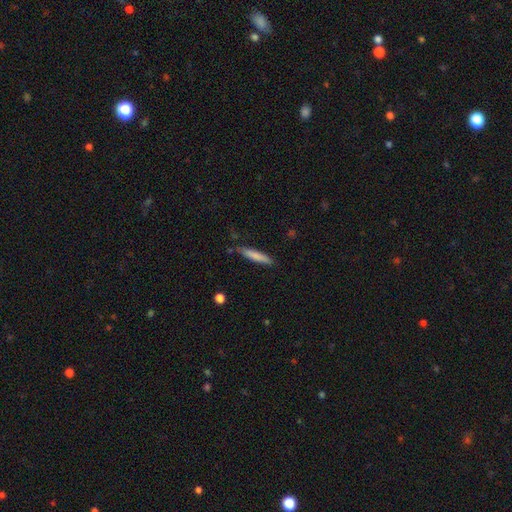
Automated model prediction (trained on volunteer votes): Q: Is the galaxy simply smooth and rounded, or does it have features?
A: smooth — 78%.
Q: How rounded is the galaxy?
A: cigar-shaped — 91%.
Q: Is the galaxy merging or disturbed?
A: none — 80%.